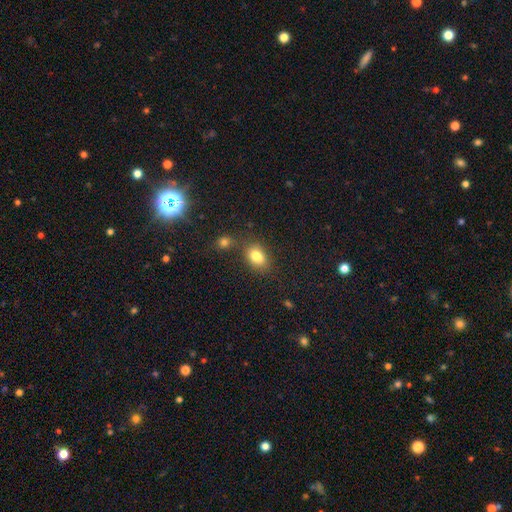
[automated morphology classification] Smooth or featured? Predicted: smooth (p=0.81). How rounded? Predicted: in between (p=0.79). Merging? Predicted: none (p=0.61).